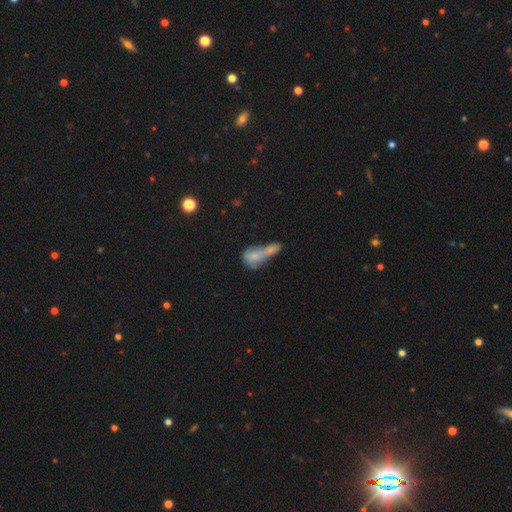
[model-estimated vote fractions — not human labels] Smooth or featured?
  - smooth: 63% *
  - featured or disk: 26%
  - star or artifact: 11%
How rounded?
  - in between: 64% *
  - round: 25%
  - cigar-shaped: 11%
Merging?
  - merger: 65% *
  - none: 14%
  - major disturbance: 12%
  - minor disturbance: 9%